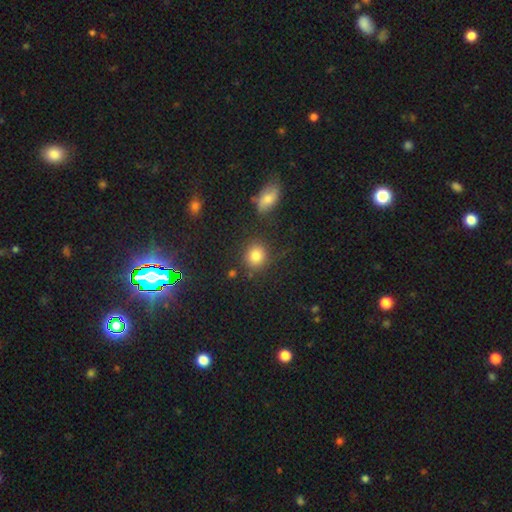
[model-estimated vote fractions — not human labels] Smooth or featured: smooth — 81% (star or artifact — 12%)
How rounded: round — 78% (in between — 21%)
Merging: none — 78% (minor disturbance — 11%)